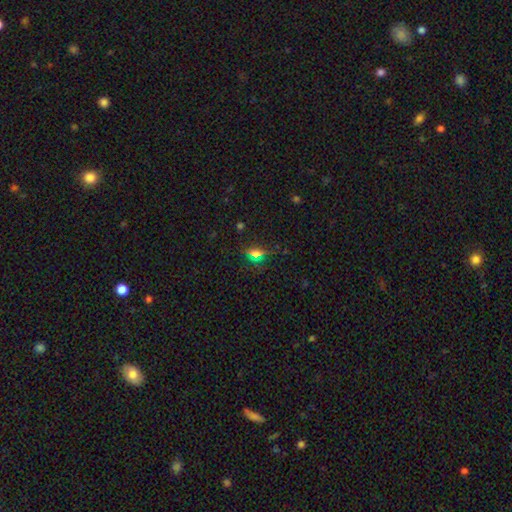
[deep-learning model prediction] This appears to be a smooth galaxy with no disk features (44%). Merging: none (80%).